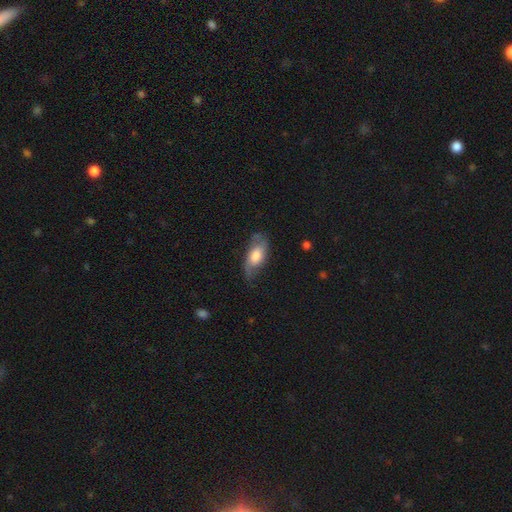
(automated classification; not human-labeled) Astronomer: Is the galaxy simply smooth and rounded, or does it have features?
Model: smooth — 47%, tied with featured or disk at 47%.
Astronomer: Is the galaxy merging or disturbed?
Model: none — 61%.